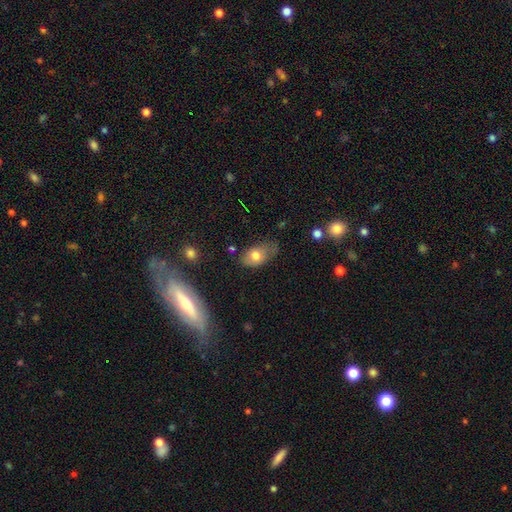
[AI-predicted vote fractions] Smooth or featured?
  - smooth: 73% *
  - featured or disk: 17%
  - star or artifact: 9%
How rounded?
  - in between: 87% *
  - round: 11%
  - cigar-shaped: 3%
Merging?
  - none: 47% *
  - minor disturbance: 36%
  - major disturbance: 13%
  - merger: 4%